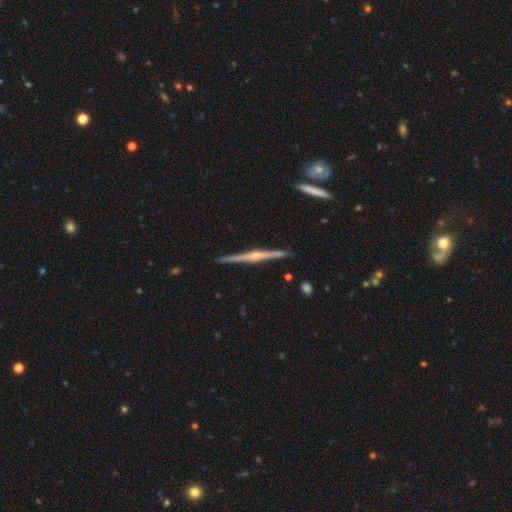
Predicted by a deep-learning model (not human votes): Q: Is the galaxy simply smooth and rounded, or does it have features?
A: featured or disk — 84%.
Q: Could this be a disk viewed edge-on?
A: yes — 99%.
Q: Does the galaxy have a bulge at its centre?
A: rounded — 82%.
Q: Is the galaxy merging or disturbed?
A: none — 91%.